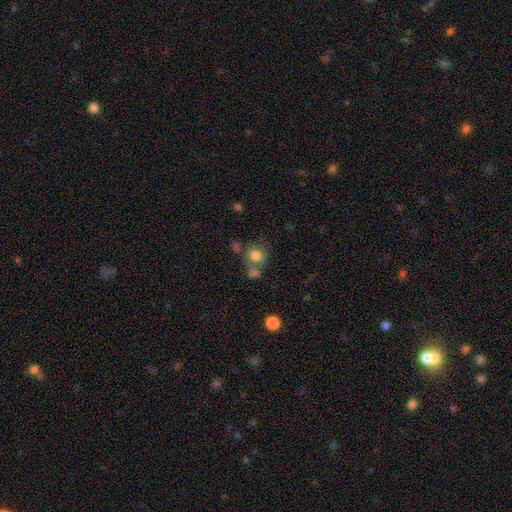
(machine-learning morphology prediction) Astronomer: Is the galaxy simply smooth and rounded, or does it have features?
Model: smooth — 77%.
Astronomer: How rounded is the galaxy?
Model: round — 81%.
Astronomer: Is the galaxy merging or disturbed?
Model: none — 55%.